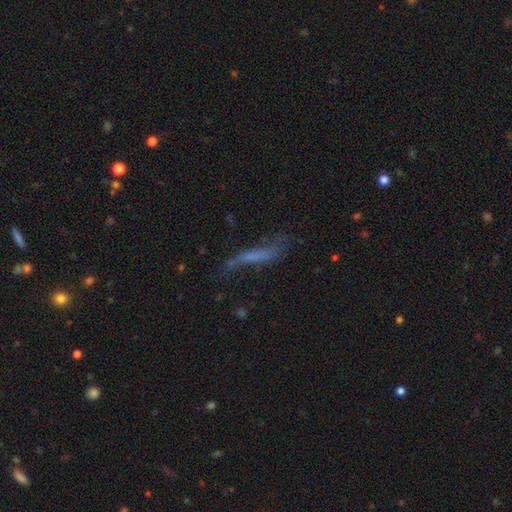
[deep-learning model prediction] Smooth or featured? smooth (47%)
Merging? none (42%)